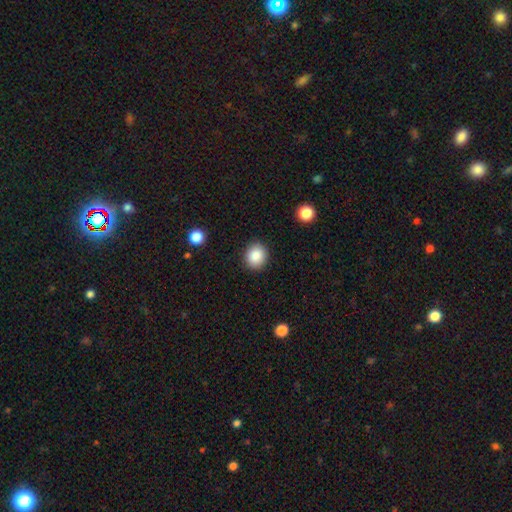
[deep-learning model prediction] This is clearly a smooth galaxy (87%). How rounded: likely round (79%). Merging: clearly none (90%).